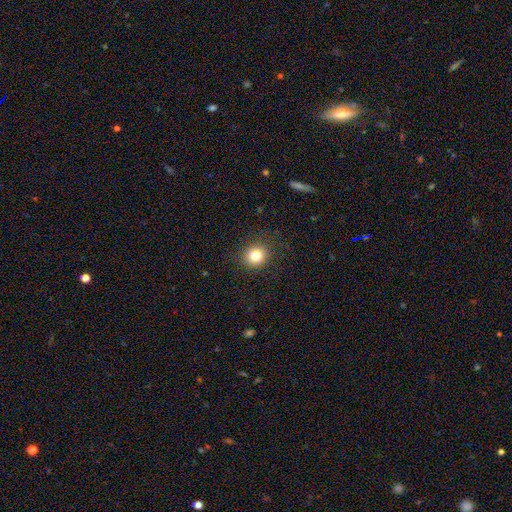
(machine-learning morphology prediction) Smooth or featured?
  - smooth: 81% *
  - star or artifact: 12%
  - featured or disk: 7%
How rounded?
  - round: 84% *
  - in between: 15%
  - cigar-shaped: 1%
Merging?
  - none: 89% *
  - minor disturbance: 7%
  - major disturbance: 3%
  - merger: 1%